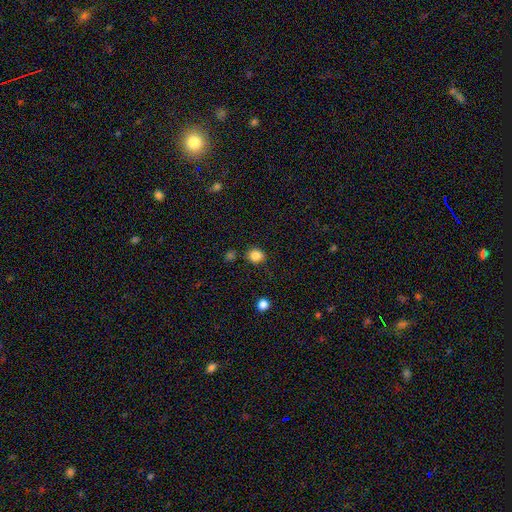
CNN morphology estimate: Smooth or featured: smooth — 85% (star or artifact — 11%)
How rounded: round — 71% (in between — 28%)
Merging: none — 81% (minor disturbance — 12%)